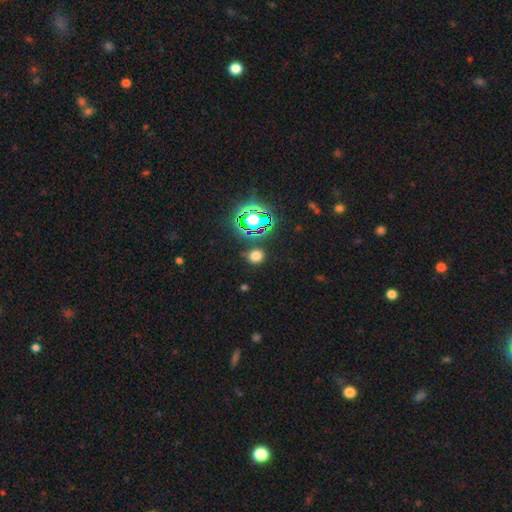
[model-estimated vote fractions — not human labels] smooth_or_featured: smooth (p=0.63) [alt: star or artifact p=0.31]
how_rounded: round (p=0.74) [alt: in between p=0.25]
merging: none (p=0.83) [alt: minor disturbance p=0.10]